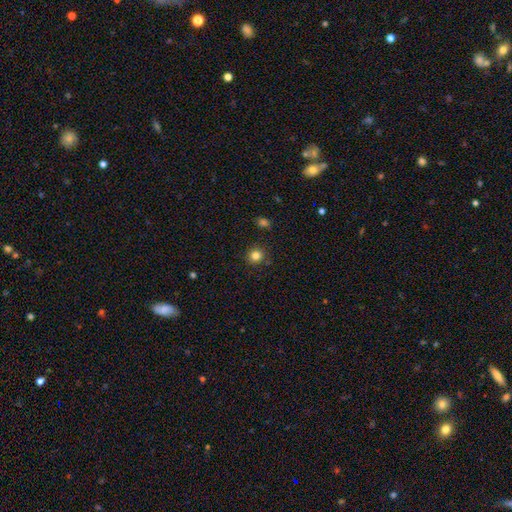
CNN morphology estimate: Overall: smooth (82%). How rounded: round (91%). Merging: none (89%).